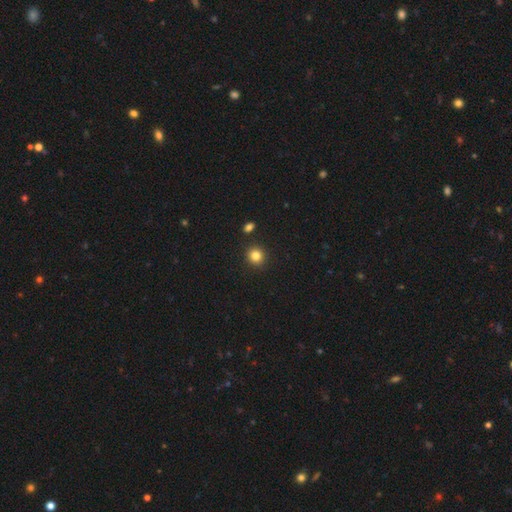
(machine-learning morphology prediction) Overall: smooth (83%). How rounded: round (89%). Merging: none (90%).